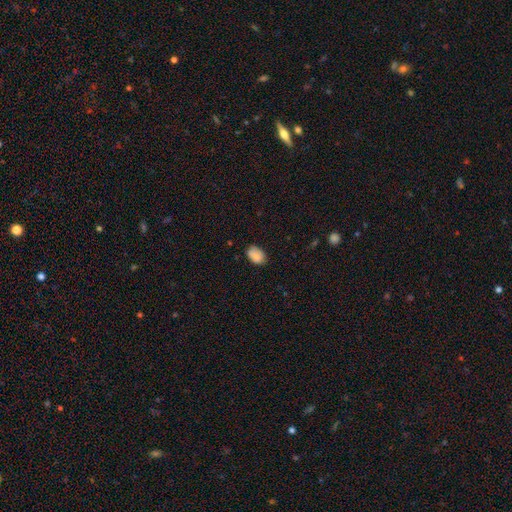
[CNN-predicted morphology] smooth 82%, featured or disk 10%, star or artifact 9%. Down the decision tree: how rounded — in between (83%); merging — none (67%).